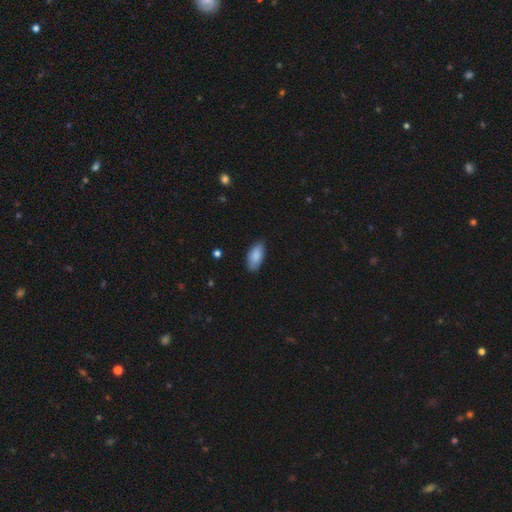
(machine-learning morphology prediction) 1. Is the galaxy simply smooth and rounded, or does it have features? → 87% smooth, 7% featured or disk, 6% star or artifact.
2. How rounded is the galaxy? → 92% in between, 6% cigar-shaped, 2% round.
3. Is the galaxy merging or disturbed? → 80% none, 17% minor disturbance, 3% major disturbance, 1% merger.